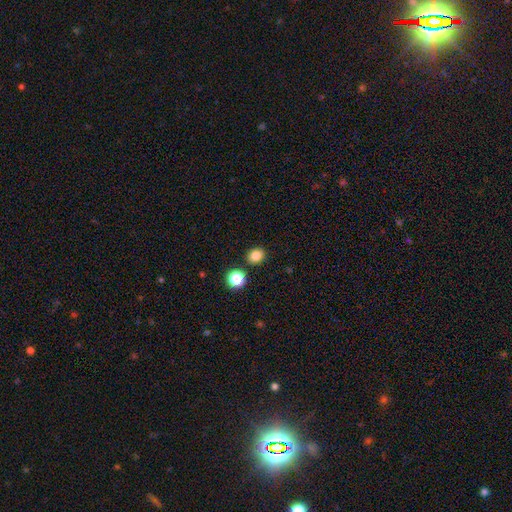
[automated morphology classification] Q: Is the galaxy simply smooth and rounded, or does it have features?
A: smooth — 82%.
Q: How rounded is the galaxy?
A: round — 64%.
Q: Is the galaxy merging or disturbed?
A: none — 85%.